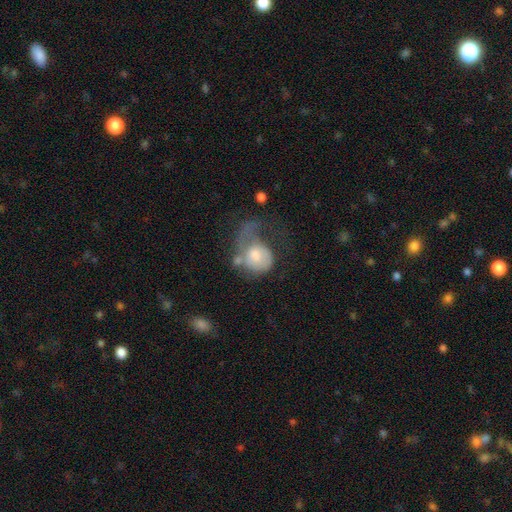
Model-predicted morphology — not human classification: The model was most divided on "how rounded": round: 59%, in between: 40%, cigar-shaped: 1%. More confident: merging — major disturbance (59%); smooth or featured — smooth (56%).